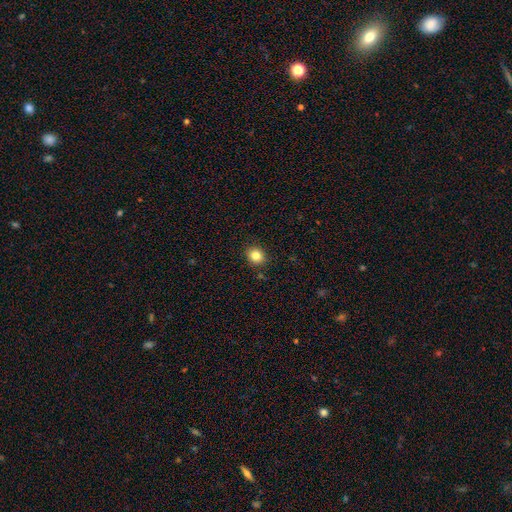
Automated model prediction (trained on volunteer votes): Smooth or featured: smooth — 83% (star or artifact — 11%)
How rounded: round — 70% (in between — 29%)
Merging: none — 89% (minor disturbance — 8%)